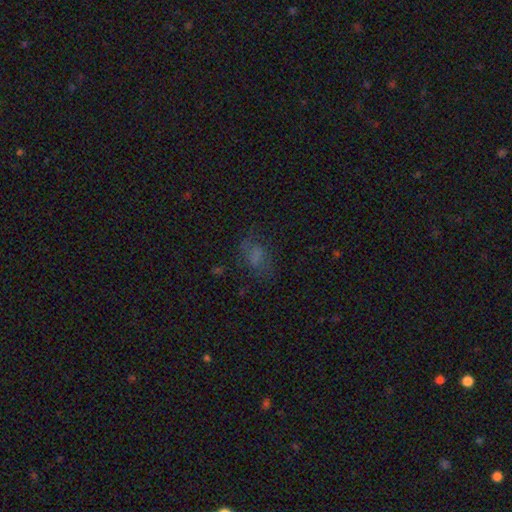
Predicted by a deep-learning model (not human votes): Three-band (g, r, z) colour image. It shows a smooth galaxy with no disk features (52%) that is in between round and cigar-shaped (79%). Merging: none (58%).